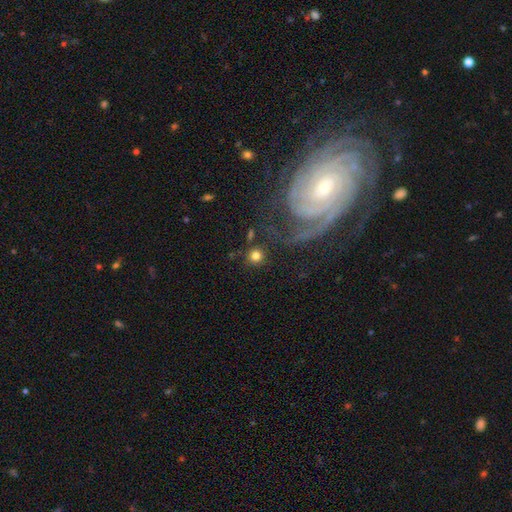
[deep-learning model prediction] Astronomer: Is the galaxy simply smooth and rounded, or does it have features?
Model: smooth — 78%.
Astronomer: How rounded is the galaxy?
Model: round — 92%.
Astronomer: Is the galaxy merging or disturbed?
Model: none — 82%.